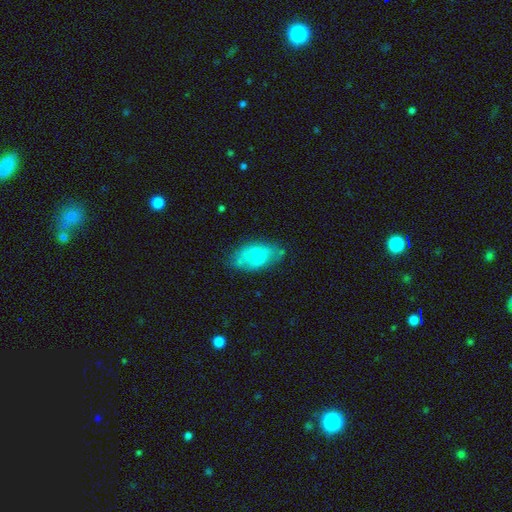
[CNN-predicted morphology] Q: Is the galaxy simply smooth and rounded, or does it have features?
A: smooth — 56%.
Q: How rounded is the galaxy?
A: in between — 92%.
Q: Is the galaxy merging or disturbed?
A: none — 56%.